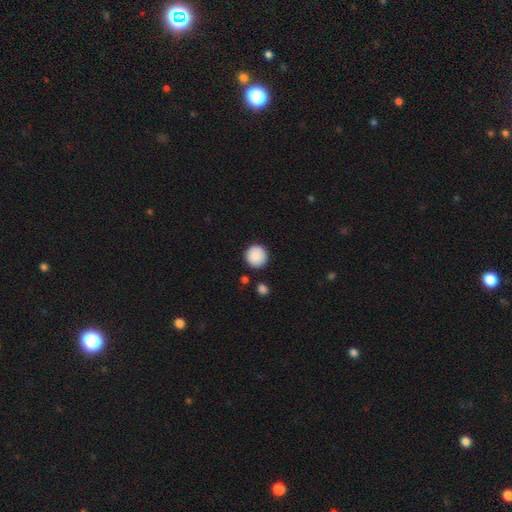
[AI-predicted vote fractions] Smooth or featured? Predicted: smooth (p=0.89). How rounded? Predicted: round (p=0.94). Merging? Predicted: none (p=0.88).